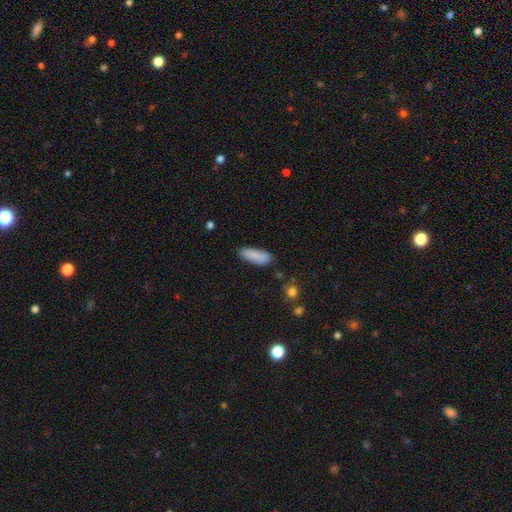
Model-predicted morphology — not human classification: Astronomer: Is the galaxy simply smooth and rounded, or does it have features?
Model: smooth — 86%.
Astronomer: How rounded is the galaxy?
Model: in between — 63%.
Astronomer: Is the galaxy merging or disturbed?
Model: none — 80%.